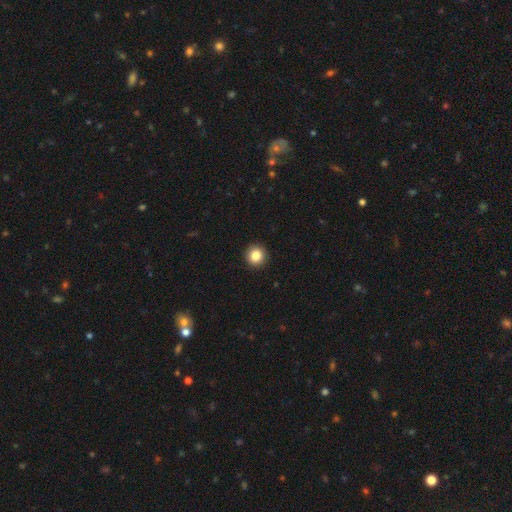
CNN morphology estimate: This appears to be a smooth galaxy with no disk features (85%) that is round (95%). Merging: none (93%).